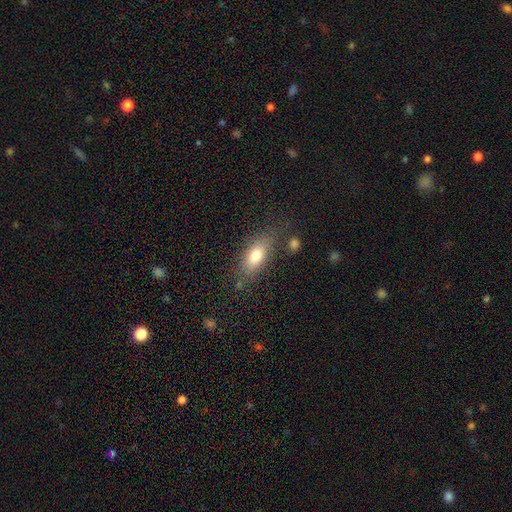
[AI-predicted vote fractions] Smooth or featured: smooth — 76% (featured or disk — 16%)
How rounded: in between — 81% (cigar-shaped — 13%)
Merging: none — 67% (minor disturbance — 19%)